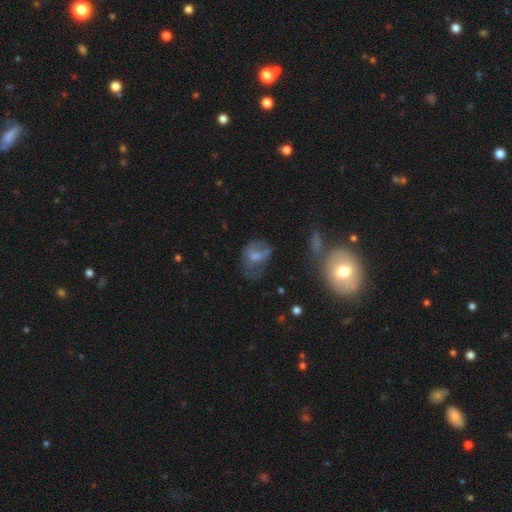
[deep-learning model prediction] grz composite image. It shows a smooth galaxy with no disk features (53%) that is in between round and cigar-shaped (70%). Merging: major disturbance (36%).